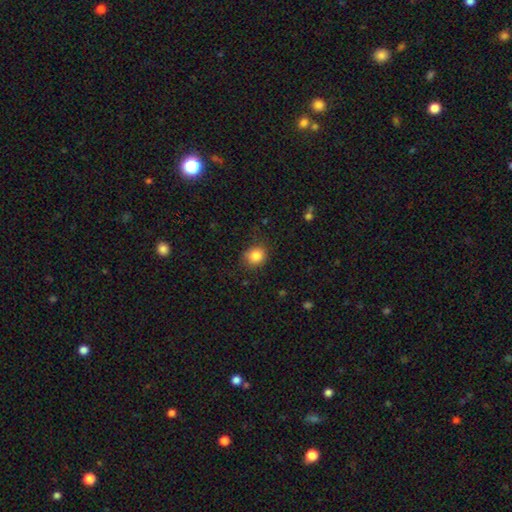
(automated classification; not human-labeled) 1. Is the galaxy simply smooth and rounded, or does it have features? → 84% smooth, 10% star or artifact, 5% featured or disk.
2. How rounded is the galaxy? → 73% round, 26% in between, 1% cigar-shaped.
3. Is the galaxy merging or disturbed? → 81% none, 14% minor disturbance, 4% major disturbance, 1% merger.